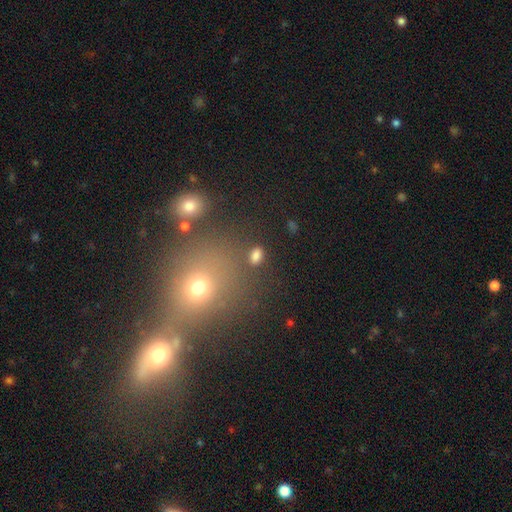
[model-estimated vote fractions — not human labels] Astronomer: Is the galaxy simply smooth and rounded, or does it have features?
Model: smooth — 80%.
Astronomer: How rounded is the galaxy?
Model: in between — 79%.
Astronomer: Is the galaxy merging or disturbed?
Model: none — 81%.